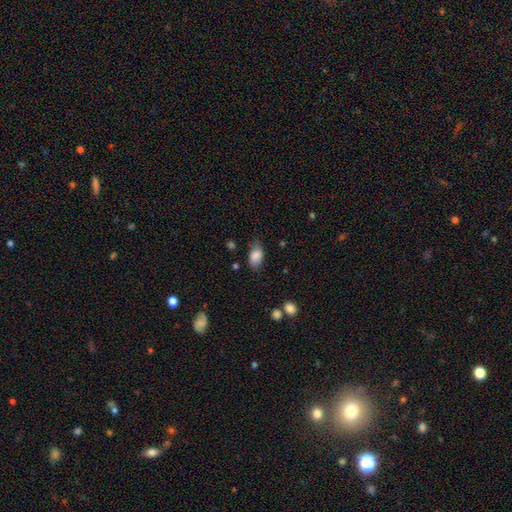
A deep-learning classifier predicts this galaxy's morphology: This appears to be a smooth galaxy with no disk features (84%) that is in between round and cigar-shaped (91%). Merging: none (66%).